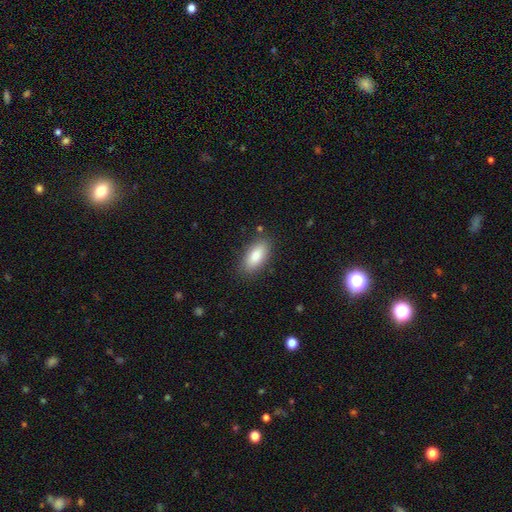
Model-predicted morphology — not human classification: Smooth or featured: smooth — 83% (featured or disk — 10%)
How rounded: in between — 87% (cigar-shaped — 11%)
Merging: none — 86% (minor disturbance — 10%)